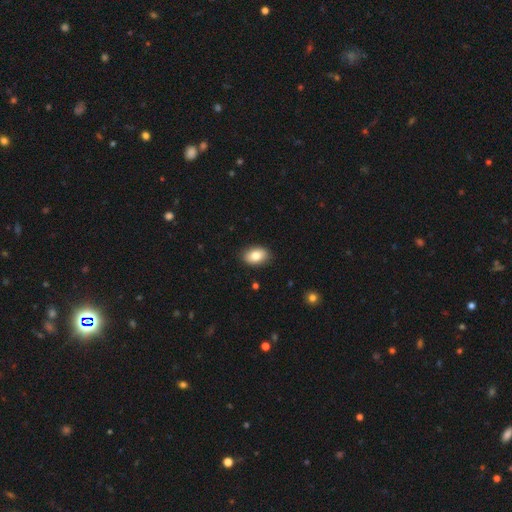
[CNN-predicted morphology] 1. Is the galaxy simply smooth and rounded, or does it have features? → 82% smooth, 11% featured or disk, 8% star or artifact.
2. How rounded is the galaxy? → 87% in between, 11% round, 1% cigar-shaped.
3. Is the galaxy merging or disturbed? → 89% none, 8% minor disturbance, 2% major disturbance, 1% merger.